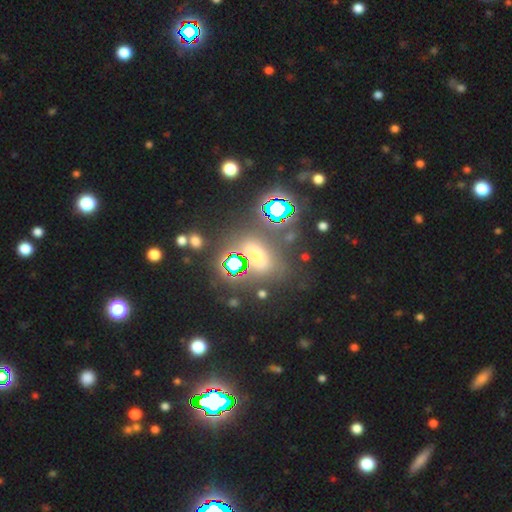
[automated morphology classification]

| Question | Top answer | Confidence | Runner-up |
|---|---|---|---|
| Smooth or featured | smooth | 49% | star or artifact (39%) |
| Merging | none | 73% | minor disturbance (13%) |